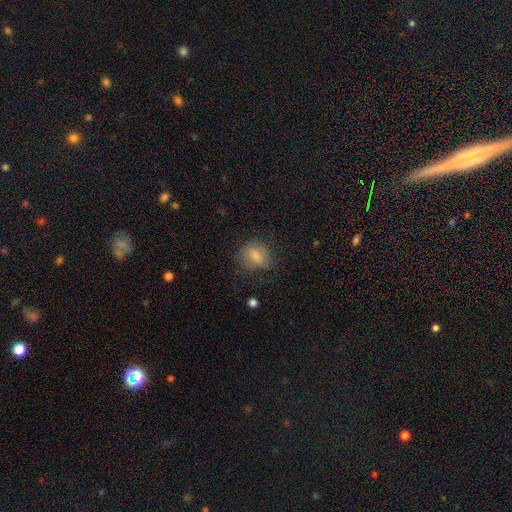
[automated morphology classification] The model was most divided on "how rounded": round: 52%, in between: 46%, cigar-shaped: 2%. More confident: smooth or featured — smooth (77%); merging — none (66%).